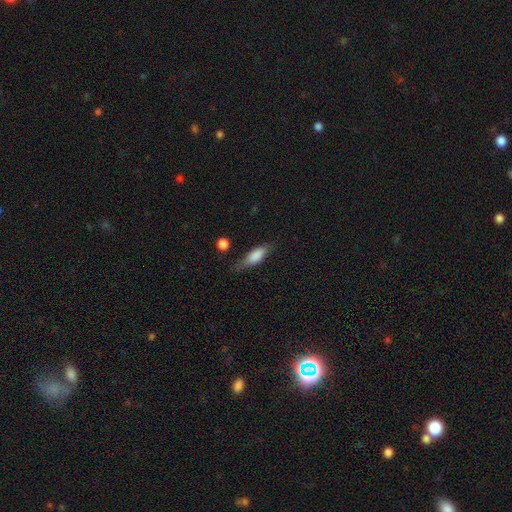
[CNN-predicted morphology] Smooth or featured? Predicted: smooth (p=0.77). How rounded? Predicted: in between (p=0.62). Merging? Predicted: none (p=0.56).